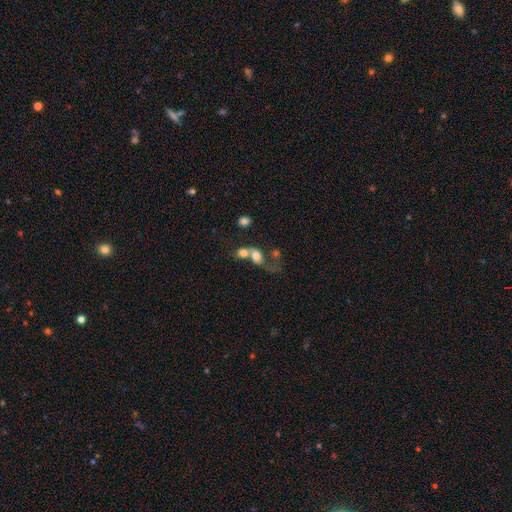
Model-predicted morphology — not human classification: This is likely a smooth galaxy (64%). How rounded: possibly in between (58%). Merging: likely merger (70%).